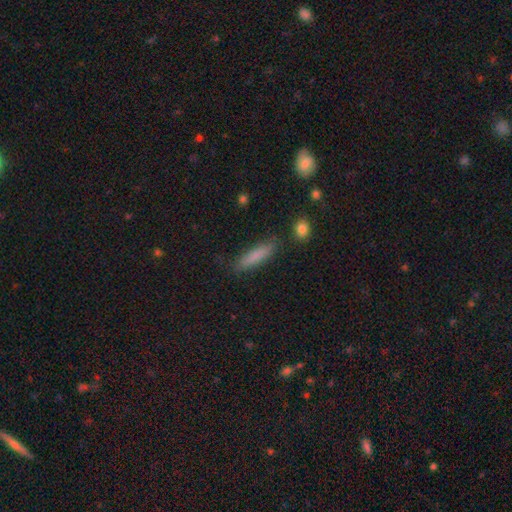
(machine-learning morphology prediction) The model was most divided on "smooth or featured": smooth: 79%, featured or disk: 13%, star or artifact: 8%. More confident: merging — none (85%); how rounded — cigar-shaped (83%).